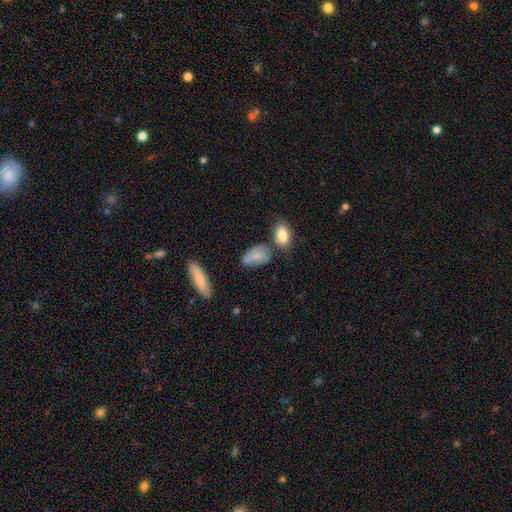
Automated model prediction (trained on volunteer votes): smooth_or_featured: smooth (p=0.70) [alt: featured or disk p=0.21]
how_rounded: in between (p=0.88) [alt: round p=0.07]
merging: none (p=0.49) [alt: minor disturbance p=0.27]